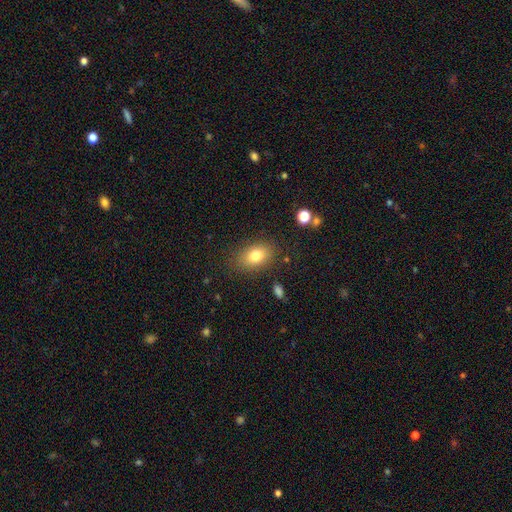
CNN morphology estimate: Smooth or featured? Predicted: smooth (p=0.79). How rounded? Predicted: in between (p=0.82). Merging? Predicted: none (p=0.83).